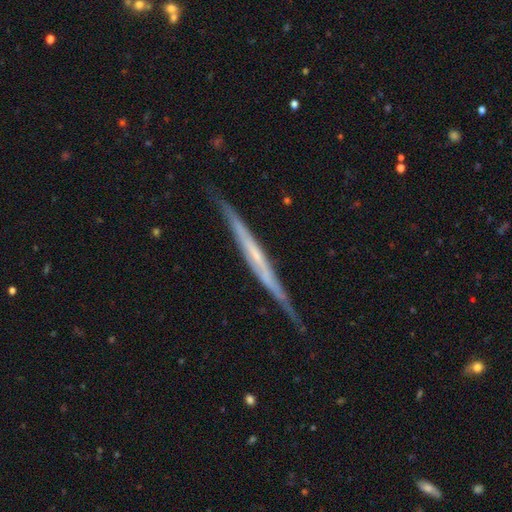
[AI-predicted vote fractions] A featured or disk galaxy (72%) viewed edge-on (96%) with no central bulge (75%).

Vote fractions:
- Smooth or featured? featured or disk: 72% / smooth: 22% / star or artifact: 6%
- Edge-on disk? yes: 96% / no: 4%
- Edge-on bulge? none: 75% / rounded: 16% / boxy: 9%
- Merging? none: 84% / minor disturbance: 13% / major disturbance: 2% / merger: 1%